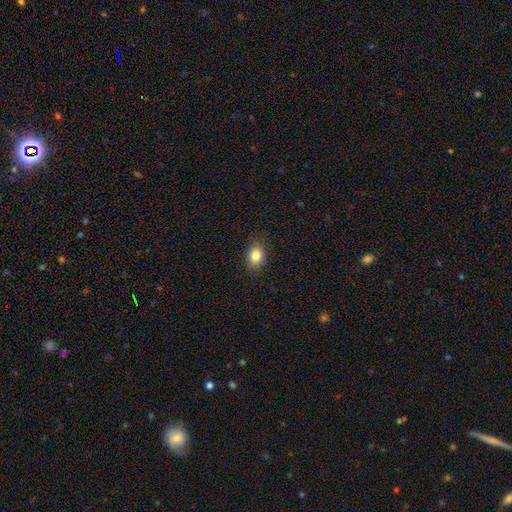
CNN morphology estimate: The model was most divided on "how rounded": in between: 79%, round: 20%, cigar-shaped: 1%. More confident: merging — none (87%); smooth or featured — smooth (84%).